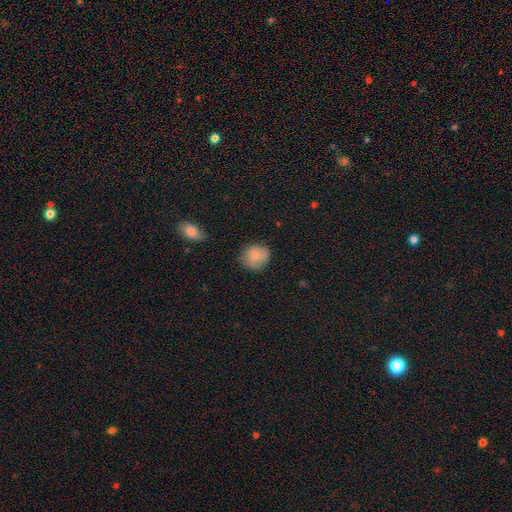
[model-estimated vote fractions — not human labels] A smooth galaxy with no disk features (84%) that is round (76%). Merging: none (75%).